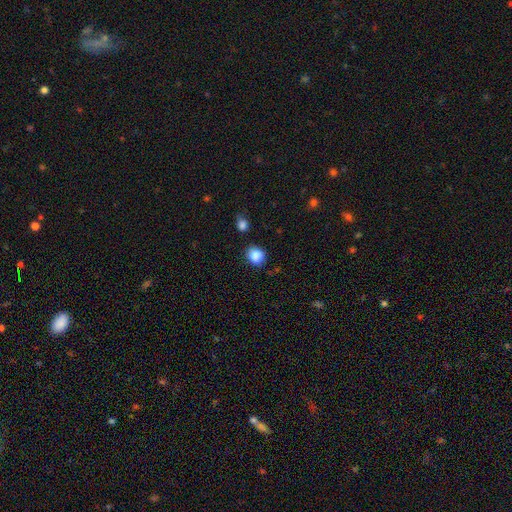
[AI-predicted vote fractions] Q: Smooth or featured?
A: smooth (87%); runner-up: star or artifact (9%)
Q: How rounded?
A: round (72%); runner-up: in between (27%)
Q: Merging?
A: none (77%); runner-up: minor disturbance (15%)